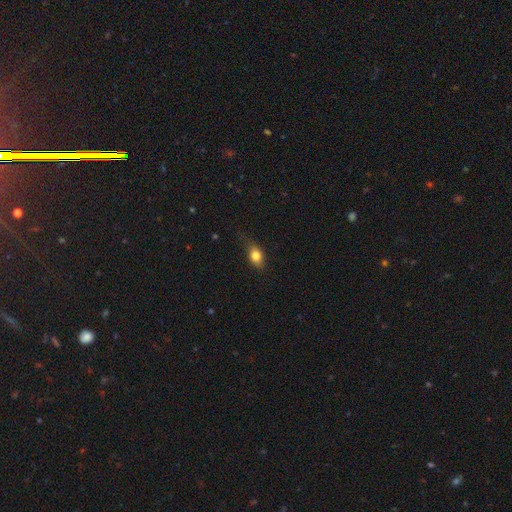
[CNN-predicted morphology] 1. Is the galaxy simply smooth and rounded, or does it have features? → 79% smooth, 12% featured or disk, 9% star or artifact.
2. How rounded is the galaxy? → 73% in between, 21% round, 6% cigar-shaped.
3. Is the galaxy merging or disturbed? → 65% none, 26% minor disturbance, 8% major disturbance, 1% merger.